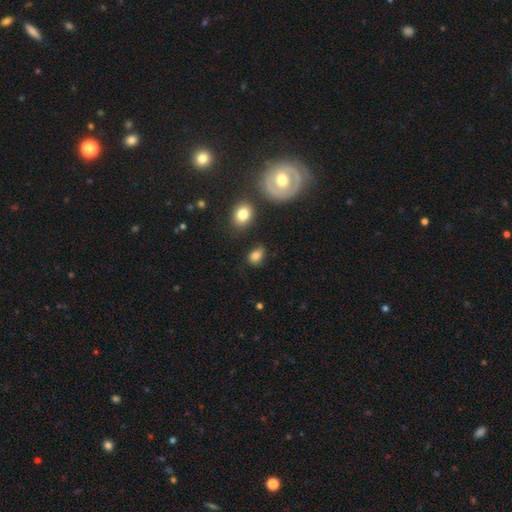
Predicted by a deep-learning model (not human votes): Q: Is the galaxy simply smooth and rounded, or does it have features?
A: smooth — 78%.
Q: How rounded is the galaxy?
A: in between — 68%.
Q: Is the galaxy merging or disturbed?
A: none — 62%.